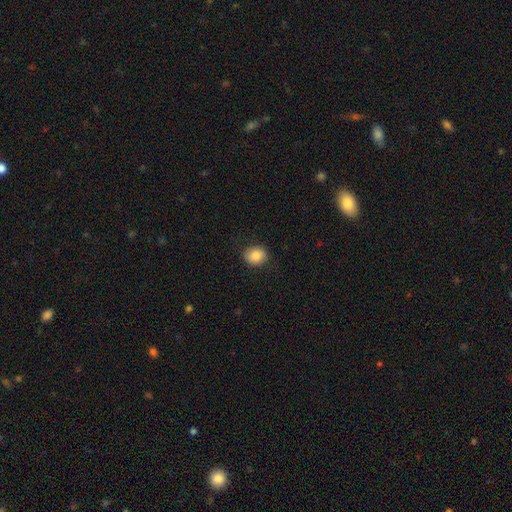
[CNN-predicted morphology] A smooth galaxy with no disk features (85%) that is round (63%). Merging: none (85%).